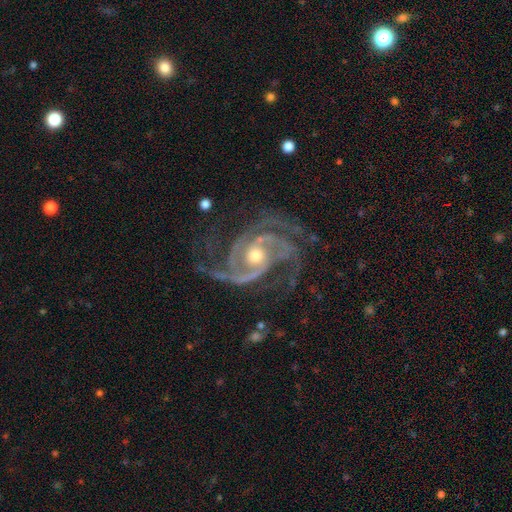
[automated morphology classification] This is clearly a featured or disk galaxy (93%). It is clearly not viewed edge-on (98%). Bar: likely no (68%). Spiral arm pattern: clearly yes (98%). Spiral arm count: marginally 3 (39%). Spiral winding: possibly medium (49%). Central bulge: likely moderate (62%). Merging: likely none (63%).